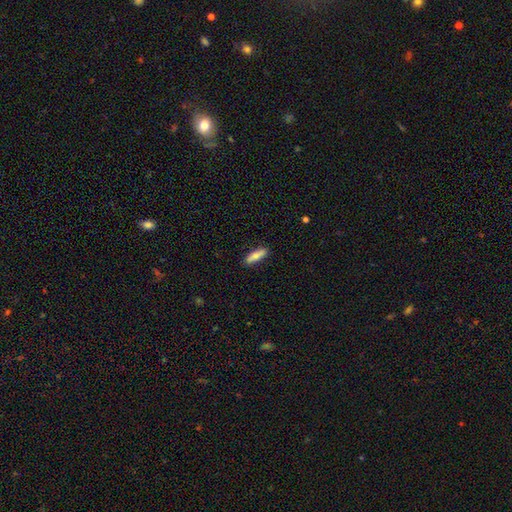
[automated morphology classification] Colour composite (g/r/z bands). It shows a smooth galaxy with no disk features (72%) that is cigar-shaped (56%). Merging: none (87%).